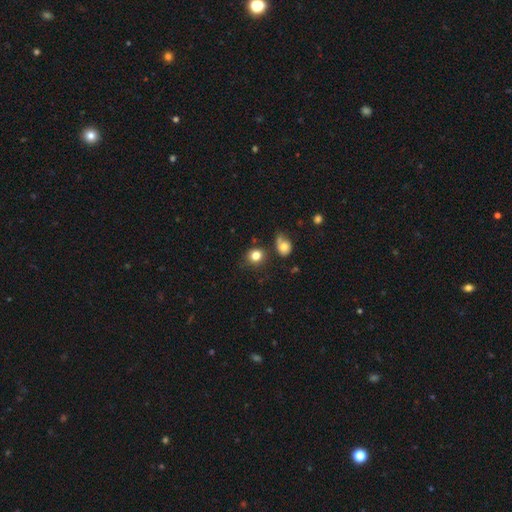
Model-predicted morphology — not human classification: The model was most divided on "merging": none: 73%, minor disturbance: 14%, merger: 8%, major disturbance: 5%. More confident: how rounded — round (82%); smooth or featured — smooth (81%).